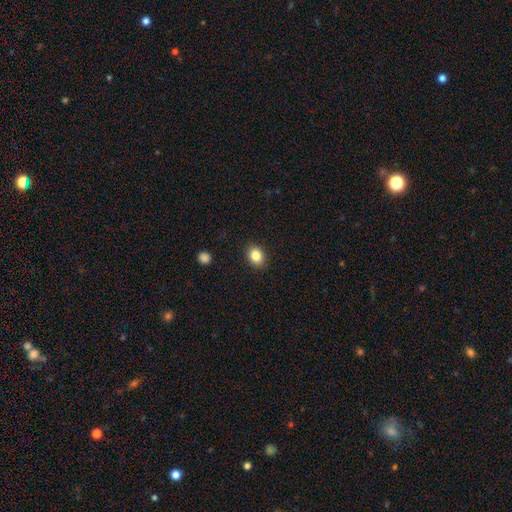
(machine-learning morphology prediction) A smooth galaxy with no disk features (85%) that is in between round and cigar-shaped (60%).

Vote fractions:
- Smooth or featured? smooth: 85% / star or artifact: 9% / featured or disk: 6%
- How rounded? in between: 60% / round: 39% / cigar-shaped: 1%
- Merging? none: 89% / minor disturbance: 8% / major disturbance: 2% / merger: 1%